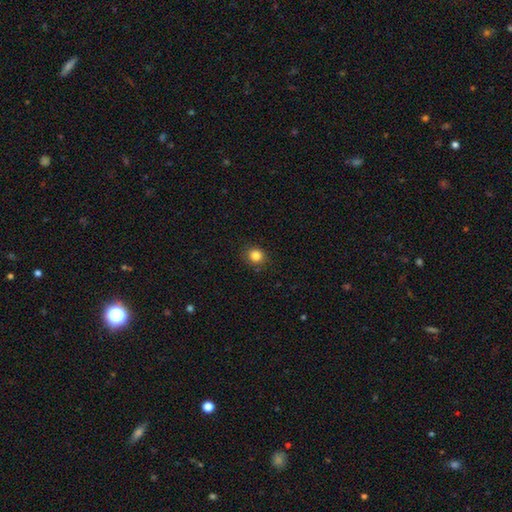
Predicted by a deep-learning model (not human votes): smooth-or-featured: smooth: 84% | star or artifact: 12% | featured or disk: 5%
  how-rounded: round: 83% | in between: 16% | cigar-shaped: 1%
  merging: none: 88% | minor disturbance: 8% | major disturbance: 2% | merger: 1%